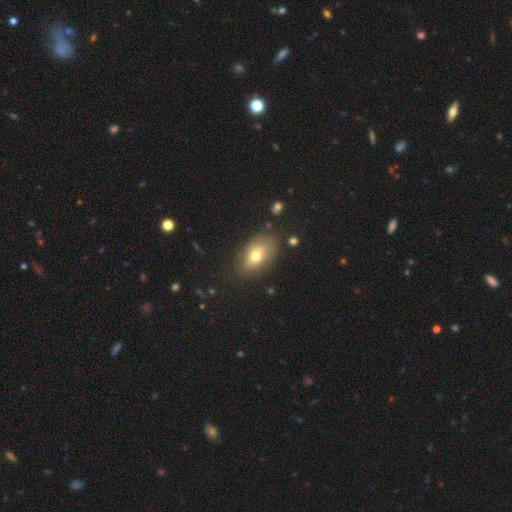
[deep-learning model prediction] Morphology: type=smooth (71%); roundness=in between (87%); merging=none (74%).